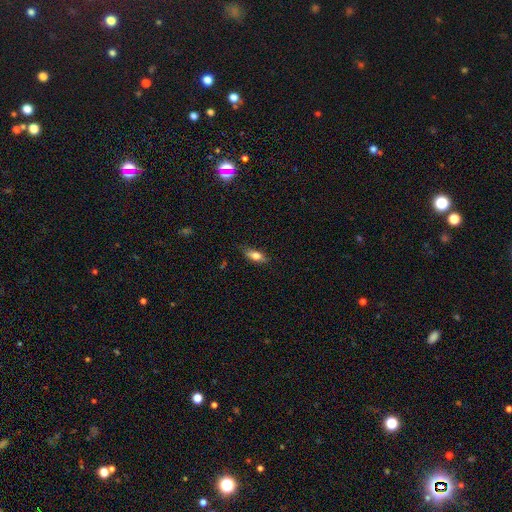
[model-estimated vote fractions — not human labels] smooth-or-featured: smooth: 69% | featured or disk: 23% | star or artifact: 8%
  how-rounded: in between: 70% | cigar-shaped: 26% | round: 4%
  merging: none: 78% | minor disturbance: 17% | major disturbance: 4% | merger: 1%